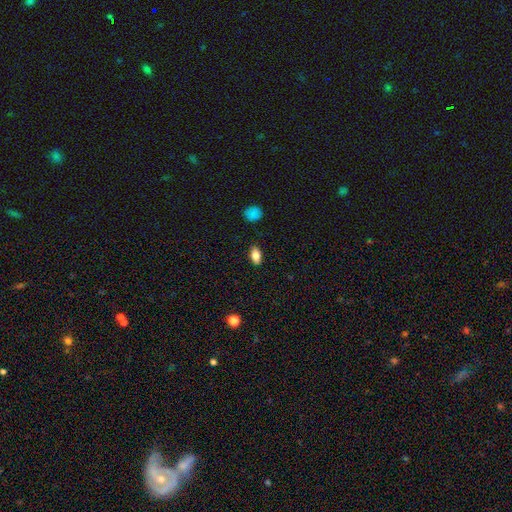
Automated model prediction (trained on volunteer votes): The model was most divided on "smooth or featured": smooth: 77%, featured or disk: 14%, star or artifact: 8%. More confident: merging — none (87%); how rounded — in between (87%).